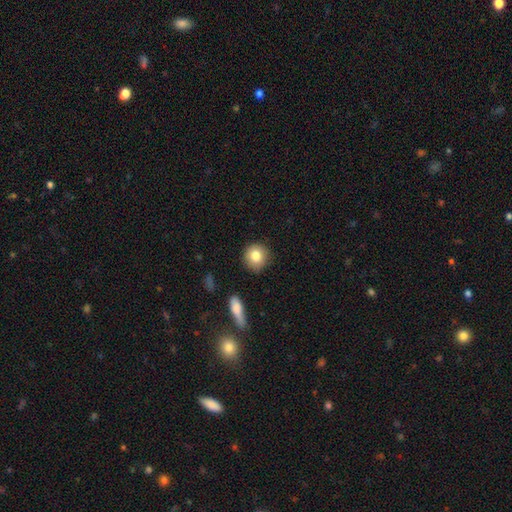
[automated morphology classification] This appears to be a smooth galaxy with no disk features (82%) that is round (90%). Merging: none (87%).